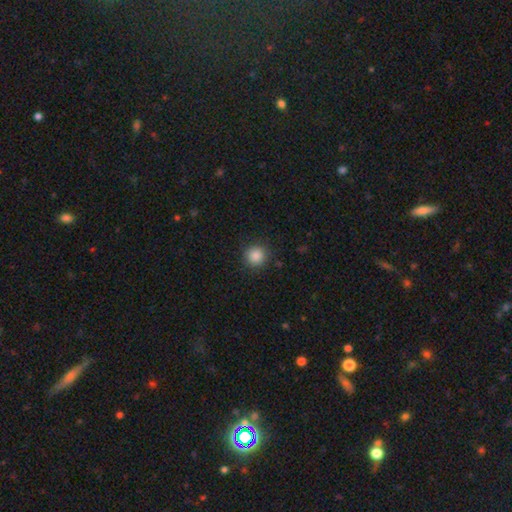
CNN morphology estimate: type=smooth (87%); roundness=round (94%); merging=none (89%).